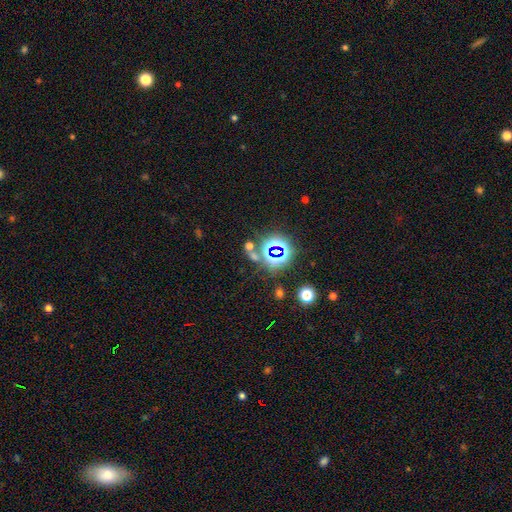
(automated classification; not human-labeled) This appears to be a star or artifact, not a galaxy (70%).